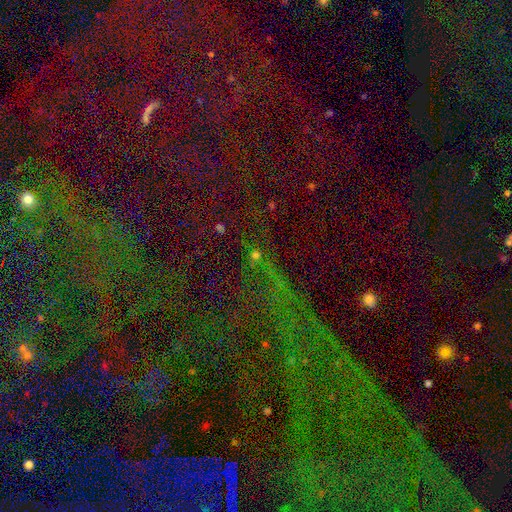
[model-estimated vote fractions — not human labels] Smooth or featured: star or artifact — 63% (smooth — 27%)